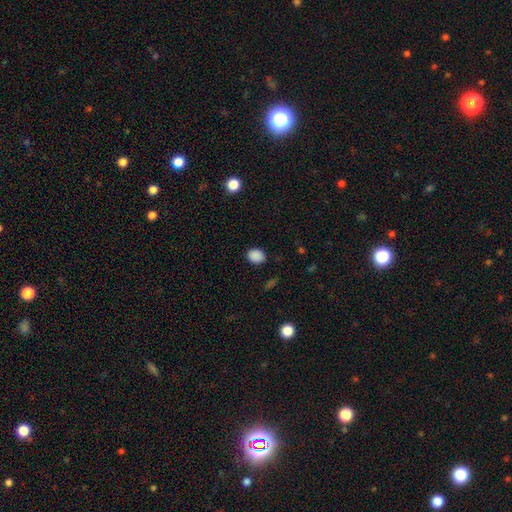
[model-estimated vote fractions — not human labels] The model was most divided on "how rounded": in between: 58%, round: 41%, cigar-shaped: 1%. More confident: smooth or featured — smooth (88%); merging — none (87%).